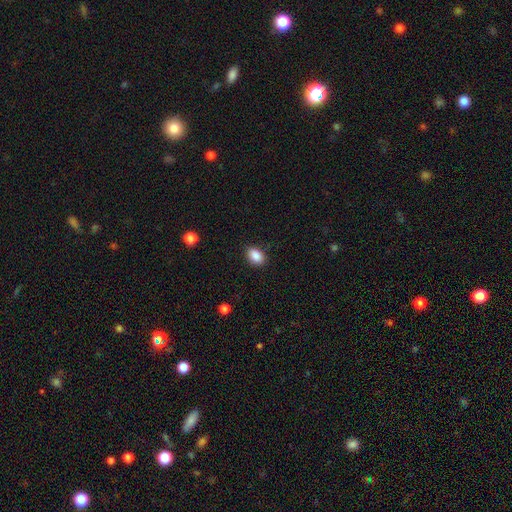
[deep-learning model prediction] The model was most divided on "how rounded": in between: 81%, round: 18%, cigar-shaped: 1%. More confident: smooth or featured — smooth (88%); merging — none (88%).